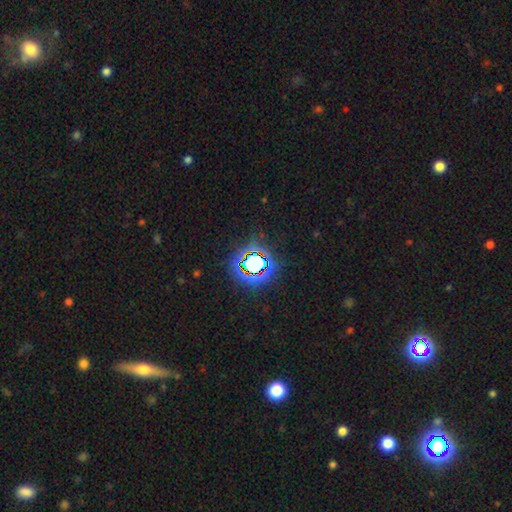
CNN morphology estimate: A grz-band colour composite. It shows a star or artifact, not a galaxy (77%).